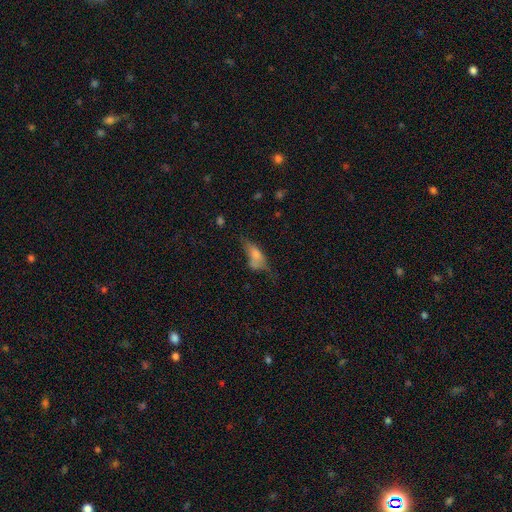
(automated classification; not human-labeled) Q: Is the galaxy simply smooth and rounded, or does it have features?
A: smooth — 64%.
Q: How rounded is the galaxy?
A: in between — 78%.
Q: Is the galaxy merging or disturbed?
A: major disturbance — 32%.